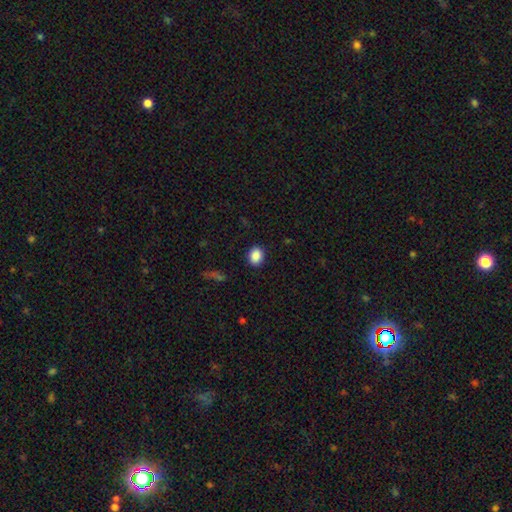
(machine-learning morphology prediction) Overall: smooth (88%). How rounded: in between (51%; round 48%). Merging: none (89%).